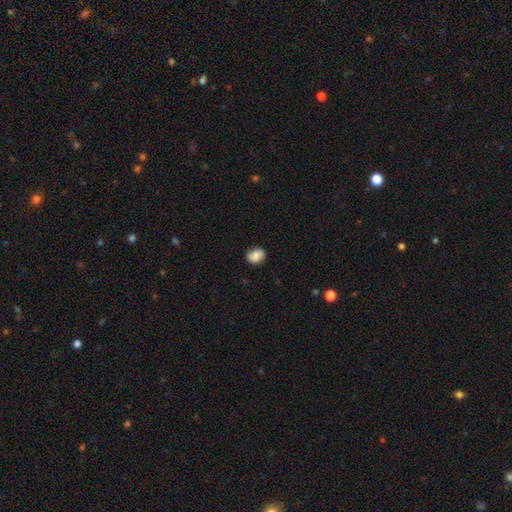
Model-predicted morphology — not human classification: Smooth or featured? smooth (69%)
How rounded? in between (52%)
Merging? none (81%)